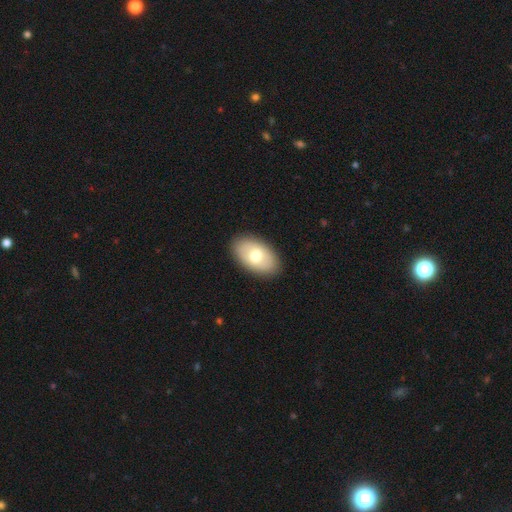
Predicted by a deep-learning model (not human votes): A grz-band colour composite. It shows a smooth galaxy with no disk features (68%) that is in between round and cigar-shaped (93%). Merging: none (89%).